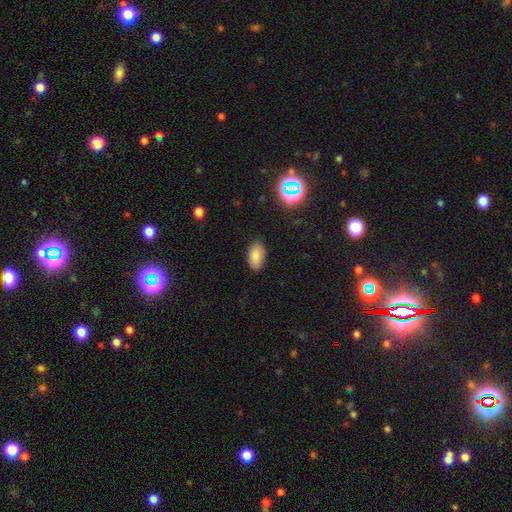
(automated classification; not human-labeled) A smooth galaxy with no disk features (83%) that is in between round and cigar-shaped (93%). Merging: none (86%).